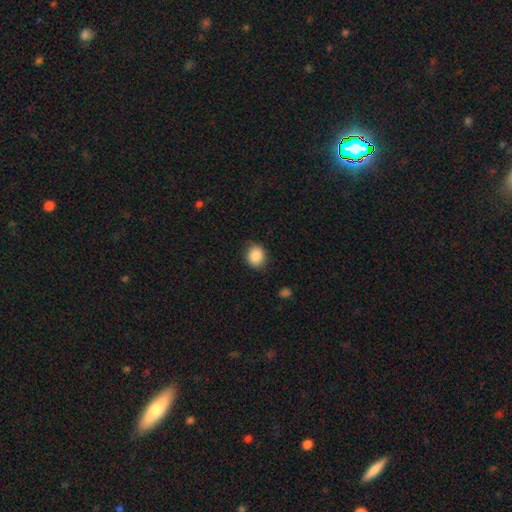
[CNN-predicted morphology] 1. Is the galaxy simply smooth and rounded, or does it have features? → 87% smooth, 9% star or artifact, 5% featured or disk.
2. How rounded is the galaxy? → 71% round, 28% in between, 1% cigar-shaped.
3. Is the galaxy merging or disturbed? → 84% none, 12% minor disturbance, 3% major disturbance, 1% merger.